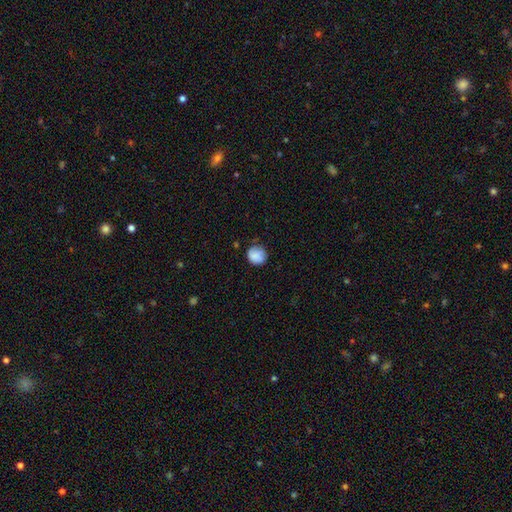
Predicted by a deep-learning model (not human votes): smooth-or-featured: smooth: 83% | featured or disk: 9% | star or artifact: 8%
  how-rounded: round: 82% | in between: 17% | cigar-shaped: 1%
  merging: none: 70% | minor disturbance: 24% | major disturbance: 5% | merger: 2%